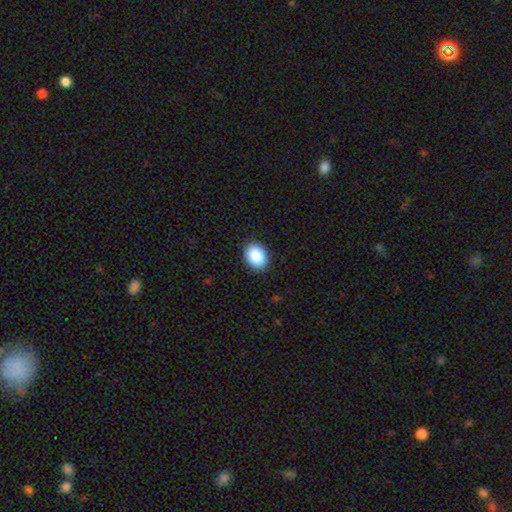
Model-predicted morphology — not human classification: Smooth or featured? smooth (89%)
How rounded? in between (64%)
Merging? none (90%)